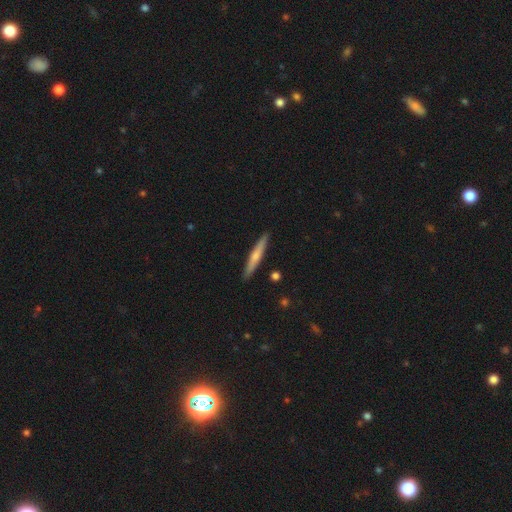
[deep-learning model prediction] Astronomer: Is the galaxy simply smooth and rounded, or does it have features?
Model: smooth — 49% (runner-up: featured or disk, 45%).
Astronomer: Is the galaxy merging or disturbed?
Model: none — 91%.